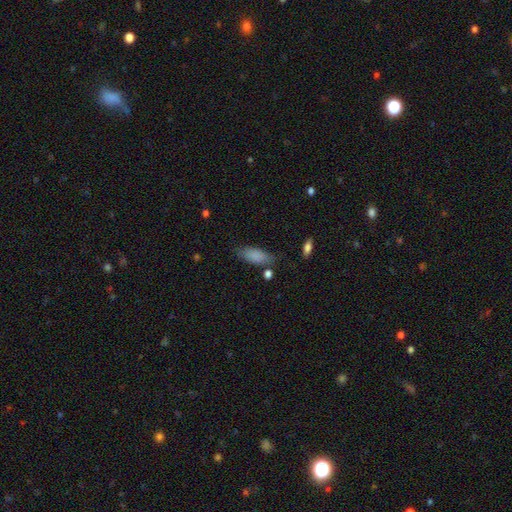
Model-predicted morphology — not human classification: Overall: smooth (85%). How rounded: in between (76%). Merging: none (72%).